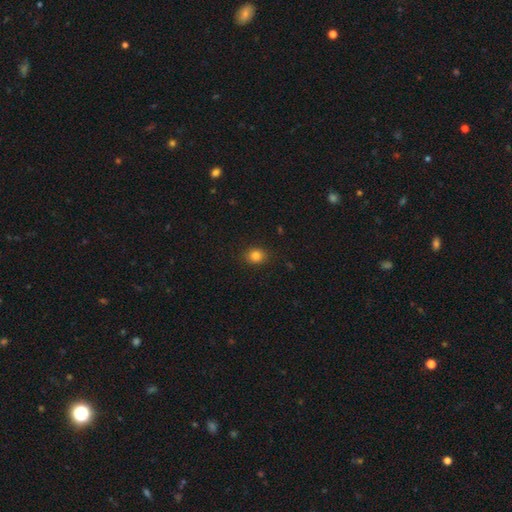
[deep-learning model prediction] This appears to be a smooth galaxy with no disk features (84%) that is round (66%). Merging: none (89%).